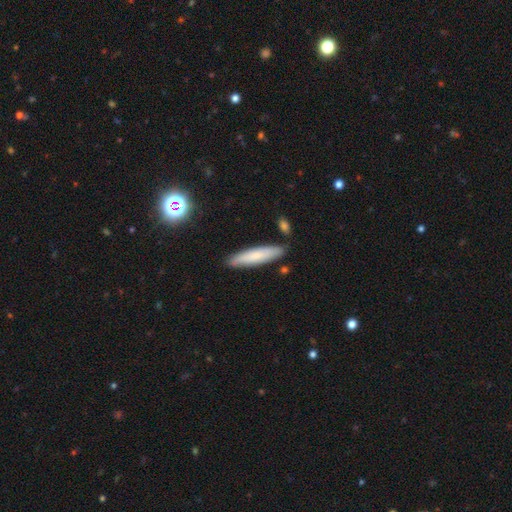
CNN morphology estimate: smooth 72%, featured or disk 21%, star or artifact 7%. Down the decision tree: how rounded — cigar-shaped (85%); merging — none (86%).